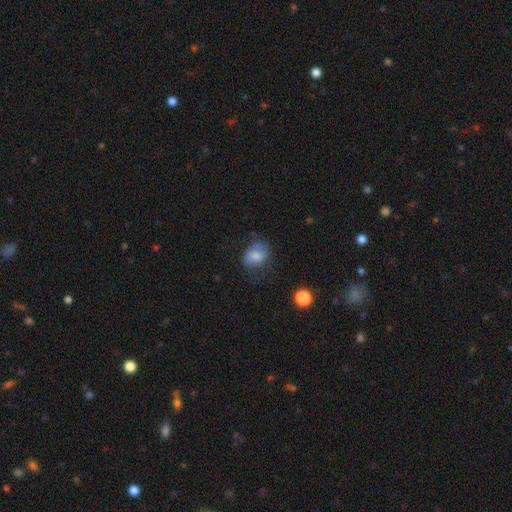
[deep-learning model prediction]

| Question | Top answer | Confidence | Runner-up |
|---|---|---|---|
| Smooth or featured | smooth | 76% | featured or disk (15%) |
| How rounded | in between | 65% | round (33%) |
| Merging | none | 54% | minor disturbance (28%) |